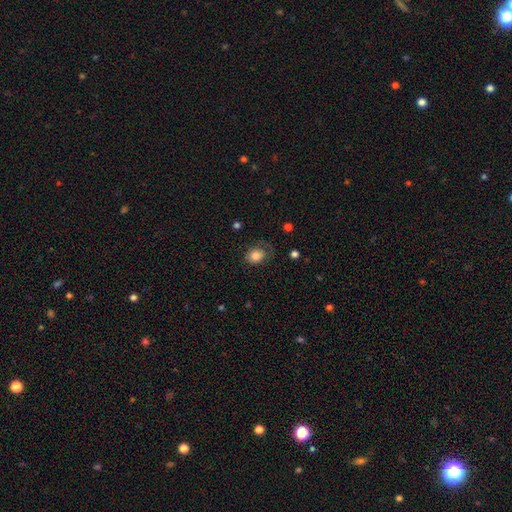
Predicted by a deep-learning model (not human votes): Morphology: type=smooth (80%); roundness=in between (58%); merging=none (55%).